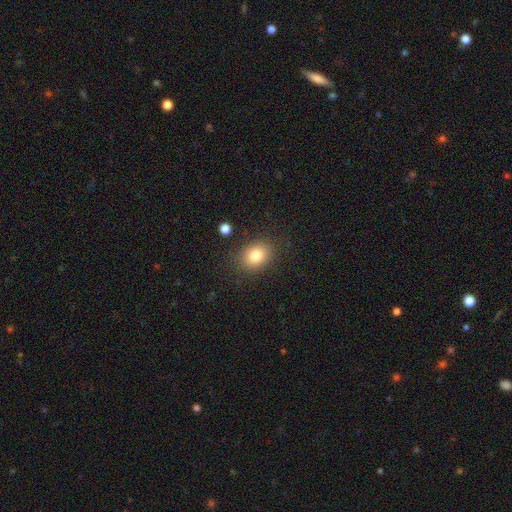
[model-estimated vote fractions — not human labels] smooth-or-featured: smooth: 80% | star or artifact: 11% | featured or disk: 9%
  how-rounded: in between: 55% | round: 44% | cigar-shaped: 1%
  merging: none: 85% | minor disturbance: 10% | major disturbance: 4% | merger: 2%